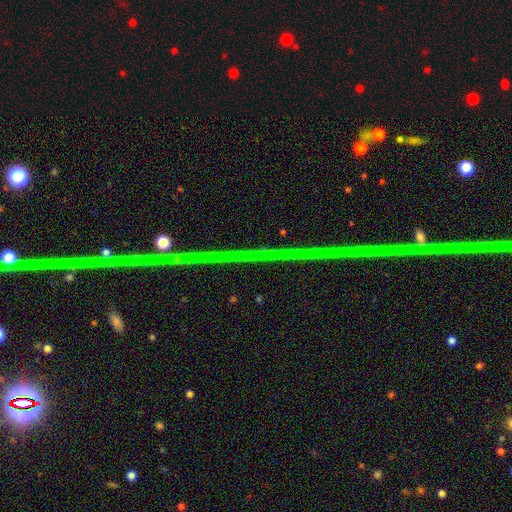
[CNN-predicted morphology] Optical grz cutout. It shows a star or artifact, not a galaxy (79%).